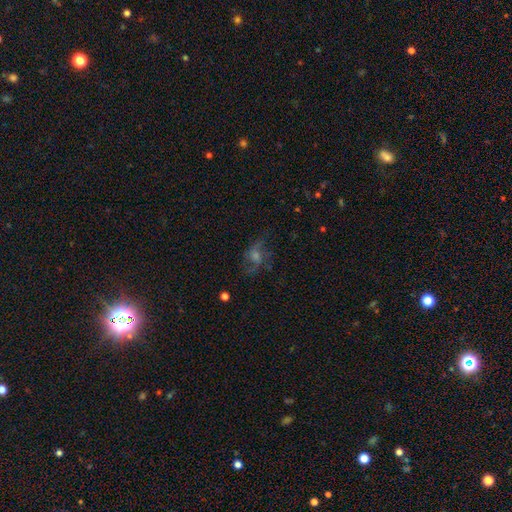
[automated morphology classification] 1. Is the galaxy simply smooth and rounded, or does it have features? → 51% featured or disk, 25% smooth, 24% star or artifact.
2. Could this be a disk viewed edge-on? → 95% no, 5% yes.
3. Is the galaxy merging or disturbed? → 63% none, 18% minor disturbance, 18% major disturbance, 2% merger.